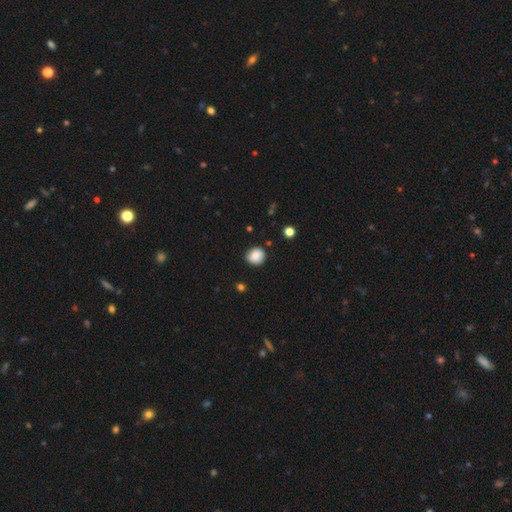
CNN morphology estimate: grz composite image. It shows a smooth galaxy with no disk features (86%) that is round (85%). Merging: none (85%).